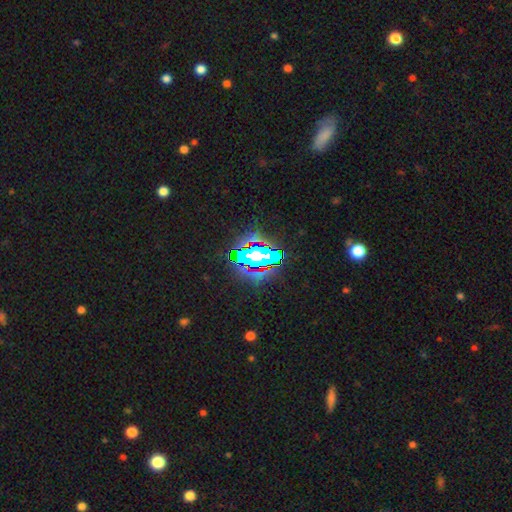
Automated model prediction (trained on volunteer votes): smooth-or-featured: star or artifact: 59% | smooth: 24% | featured or disk: 17%